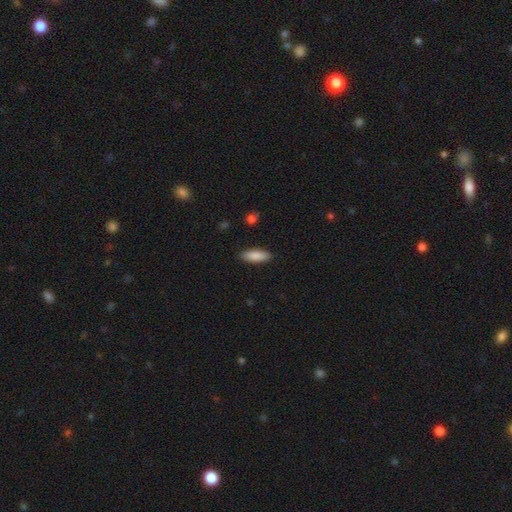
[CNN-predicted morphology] A smooth galaxy with no disk features (87%) that is in between round and cigar-shaped (66%).

Vote fractions:
- Smooth or featured? smooth: 87% / featured or disk: 7% / star or artifact: 6%
- How rounded? in between: 66% / cigar-shaped: 32% / round: 2%
- Merging? none: 89% / minor disturbance: 8% / major disturbance: 2% / merger: 1%